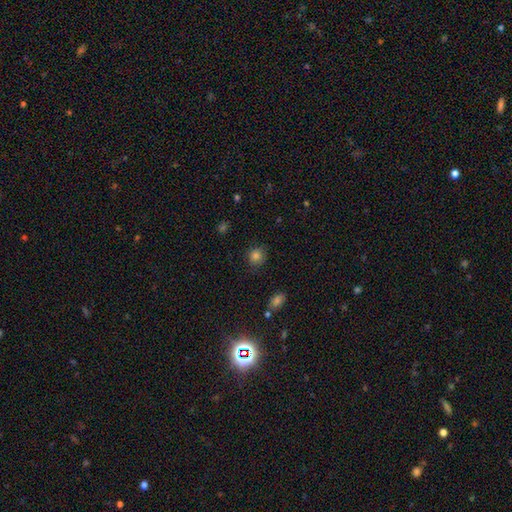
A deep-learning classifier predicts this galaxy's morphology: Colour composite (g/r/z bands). It shows a smooth galaxy with no disk features (82%) that is round (84%). Merging: none (79%).